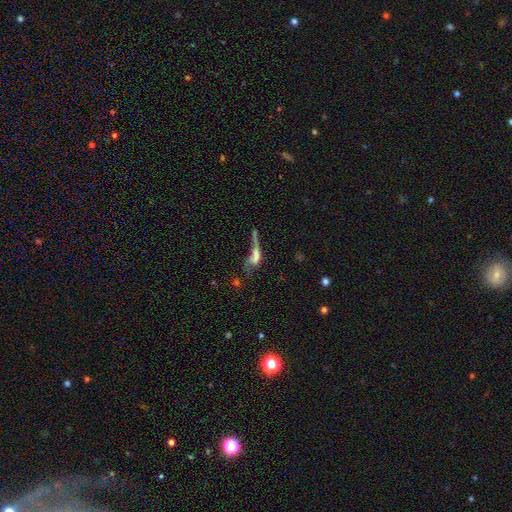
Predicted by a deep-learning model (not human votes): Smooth or featured? Predicted: smooth (p=0.44). Merging? Predicted: major disturbance (p=0.42).